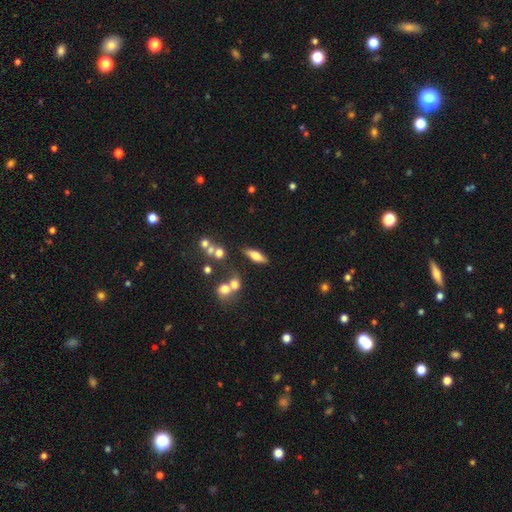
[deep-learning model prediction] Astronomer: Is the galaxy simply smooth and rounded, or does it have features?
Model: smooth — 61%.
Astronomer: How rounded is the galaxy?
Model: in between — 62%.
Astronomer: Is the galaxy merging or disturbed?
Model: none — 76%.